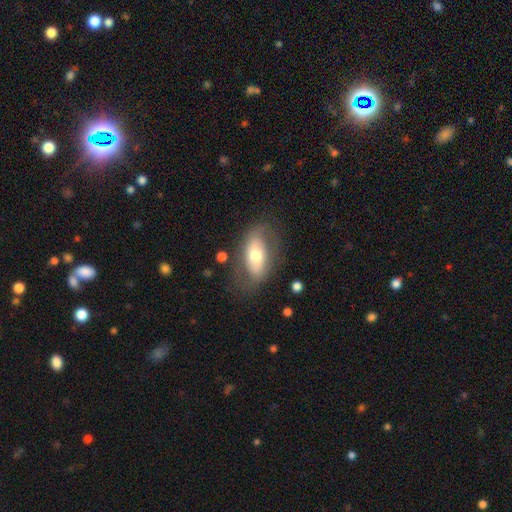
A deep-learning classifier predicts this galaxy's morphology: This appears to be a smooth galaxy with no disk features (48%). Merging: none (68%).